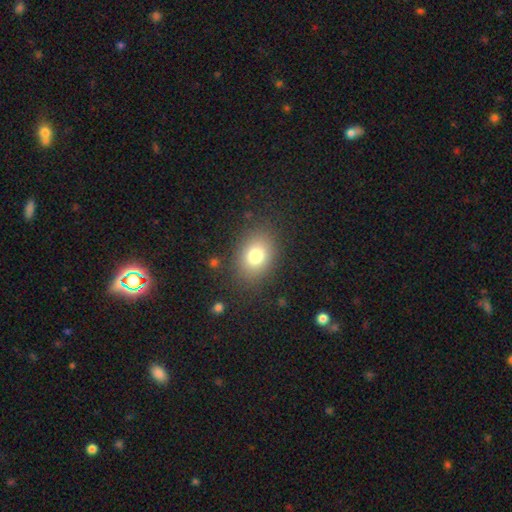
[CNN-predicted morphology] Q: Smooth or featured?
A: smooth (77%); runner-up: star or artifact (12%)
Q: How rounded?
A: in between (67%); runner-up: round (32%)
Q: Merging?
A: none (83%); runner-up: minor disturbance (10%)